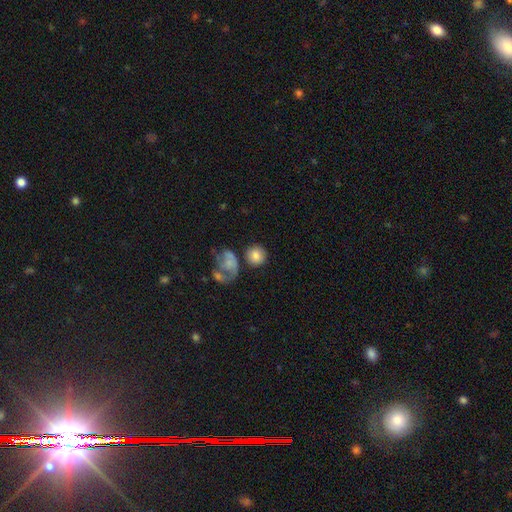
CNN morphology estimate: smooth-or-featured: smooth: 79% | featured or disk: 12% | star or artifact: 8%
  how-rounded: round: 87% | in between: 12% | cigar-shaped: 1%
  merging: none: 68% | merger: 13% | minor disturbance: 11% | major disturbance: 7%